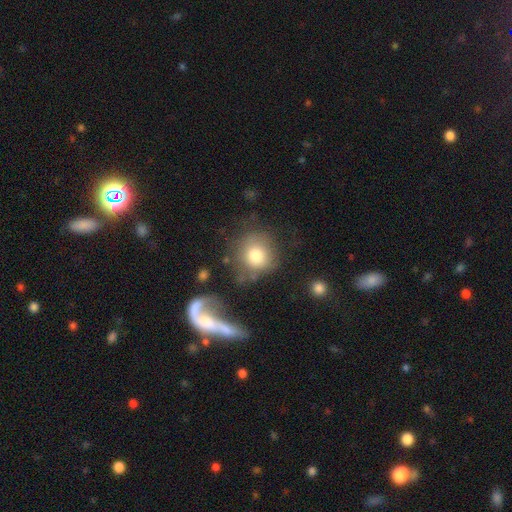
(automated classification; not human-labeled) Smooth or featured?
  - smooth: 76% *
  - featured or disk: 14%
  - star or artifact: 10%
How rounded?
  - round: 85% *
  - in between: 14%
  - cigar-shaped: 1%
Merging?
  - none: 63% *
  - minor disturbance: 18%
  - major disturbance: 11%
  - merger: 8%